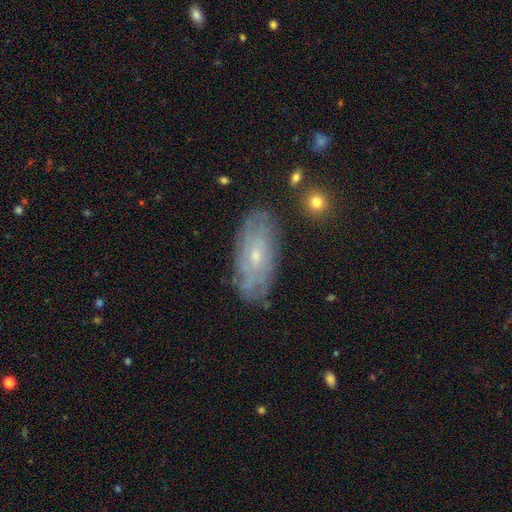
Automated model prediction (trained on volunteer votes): smooth_or_featured: featured or disk (p=0.69) [alt: smooth p=0.23]
disk_edge_on: no (p=0.89) [alt: yes p=0.11]
bar: no (p=0.70) [alt: weak p=0.25]
has_spiral_arms: yes (p=0.83) [alt: no p=0.17]
spiral_winding: tight (p=0.69) [alt: medium p=0.23]
spiral_arm_count: can't tell (p=0.64) [alt: 2 p=0.10]
bulge_size: small (p=0.72) [alt: moderate p=0.25]
merging: none (p=0.80) [alt: minor disturbance p=0.15]